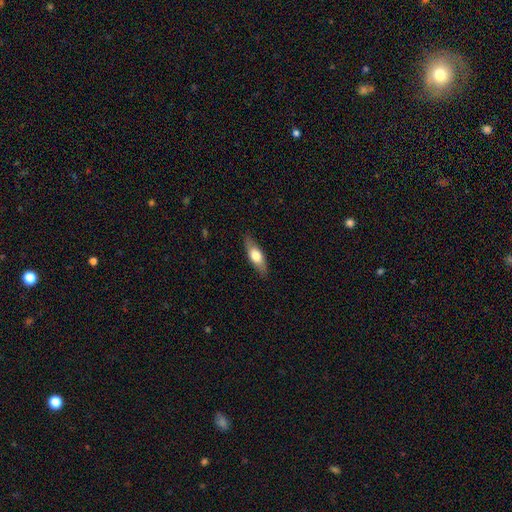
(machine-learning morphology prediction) Smooth or featured? Predicted: smooth (p=0.59). How rounded? Predicted: in between (p=0.56). Merging? Predicted: none (p=0.84).